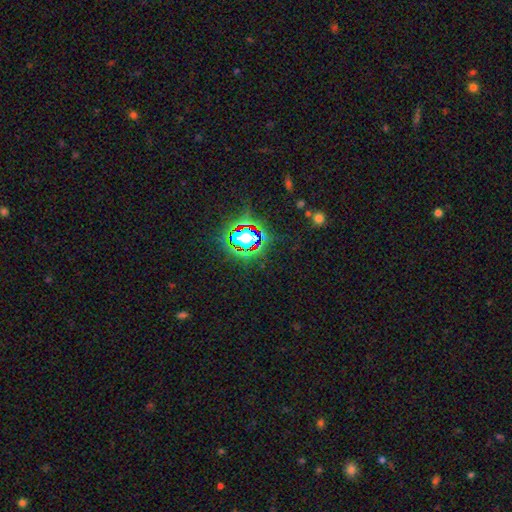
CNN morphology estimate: This is clearly a star or artifact rather than a galaxy (81%).